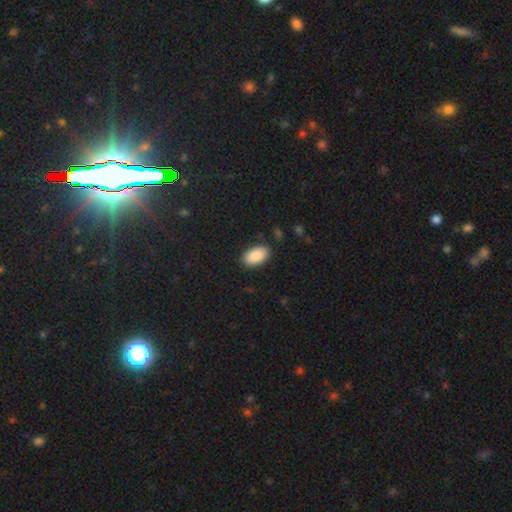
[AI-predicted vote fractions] smooth-or-featured: smooth: 89% | star or artifact: 7% | featured or disk: 4%
  how-rounded: in between: 95% | round: 4% | cigar-shaped: 2%
  merging: none: 86% | minor disturbance: 10% | major disturbance: 2% | merger: 1%